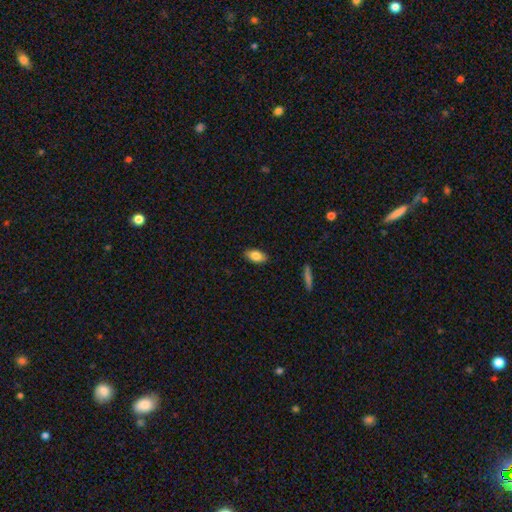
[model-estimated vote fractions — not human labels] Smooth or featured?
  - smooth: 82% *
  - featured or disk: 11%
  - star or artifact: 7%
How rounded?
  - in between: 91% *
  - cigar-shaped: 5%
  - round: 4%
Merging?
  - none: 87% *
  - minor disturbance: 10%
  - major disturbance: 2%
  - merger: 1%